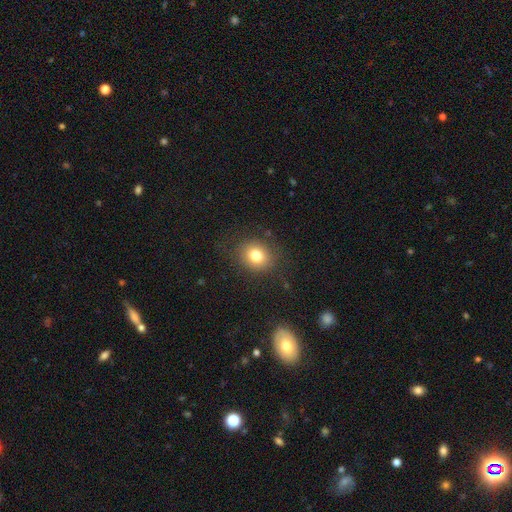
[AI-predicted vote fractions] A smooth galaxy with no disk features (78%) that is round (71%). Merging: none (84%).